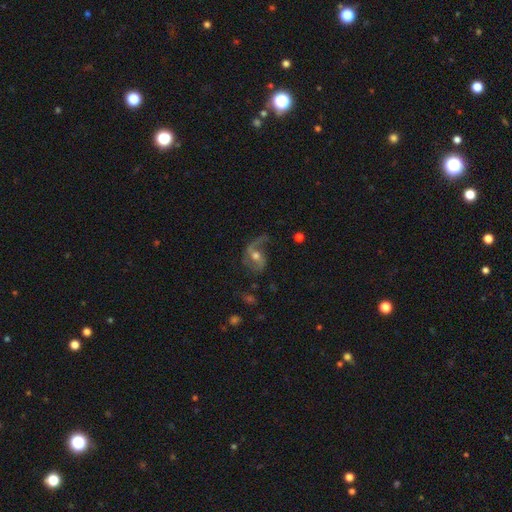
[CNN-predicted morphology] Overall: featured or disk (80%). Edge-on disk: no (96%). Bar: no (41%; weak 39%). Spiral arms: yes (92%). Spiral arm count: 2 (69%). Spiral winding: loose (64%; medium 29%). Bulge size: moderate (65%; small 27%). Merging: none (51%; major disturbance 25%).